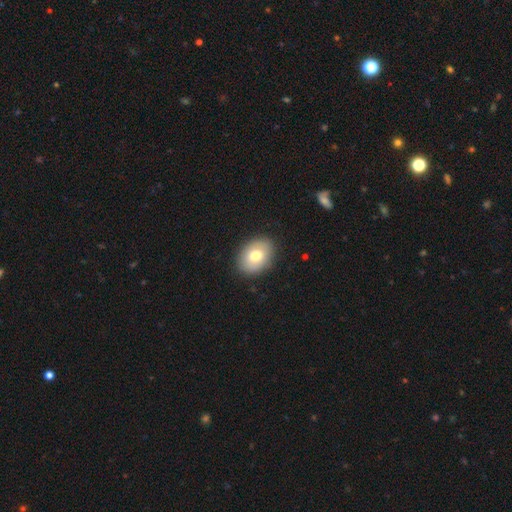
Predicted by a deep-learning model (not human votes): Overall: smooth (72%). How rounded: in between (73%). Merging: none (88%).